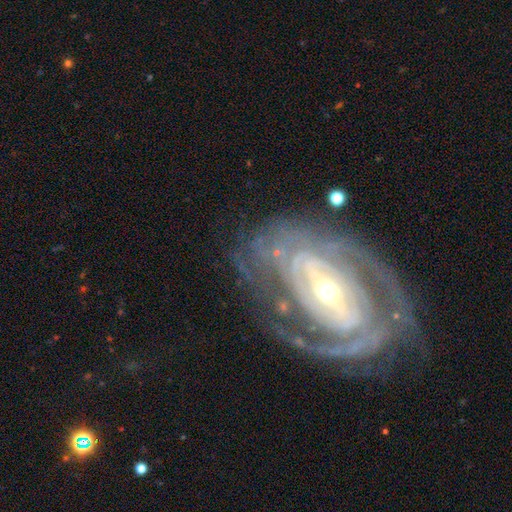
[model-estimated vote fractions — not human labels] Smooth or featured? Predicted: featured or disk (p=0.89). Edge-on disk? Predicted: no (p=0.95). Bar? Predicted: strong (p=0.53). Spiral arms? Predicted: yes (p=0.95). Spiral winding? Predicted: tight (p=0.68). Spiral arm count? Predicted: 2 (p=0.36). Bulge size? Predicted: moderate (p=0.54). Merging? Predicted: none (p=0.67).